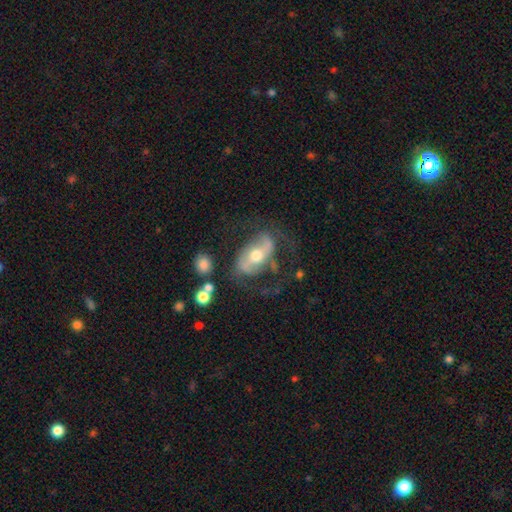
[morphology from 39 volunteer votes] This is clearly a featured or disk galaxy (85%). It is clearly not viewed edge-on (94%). Bar: marginally weak (35%). Spiral arm pattern: clearly yes (94%). Spiral arm count: likely 2 (62%). Spiral winding: marginally medium (45%). Central bulge: possibly moderate (58%). Merging: possibly none (49%).